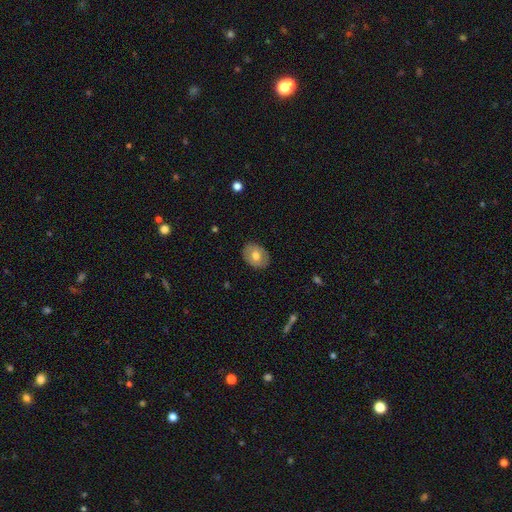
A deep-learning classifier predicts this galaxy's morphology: This appears to be a smooth galaxy with no disk features (65%) that is in between round and cigar-shaped (65%). Merging: none (86%).